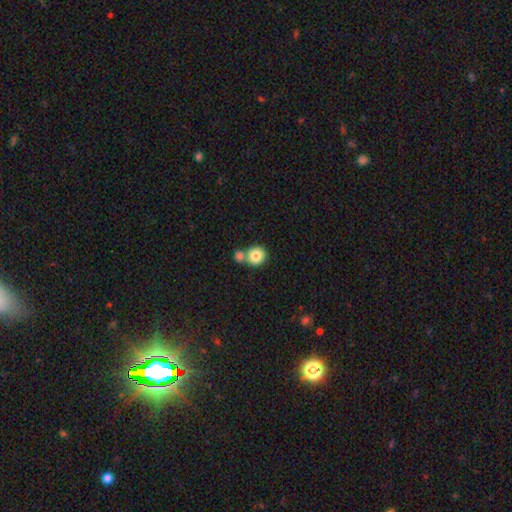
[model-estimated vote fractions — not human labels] A smooth galaxy with no disk features (83%) that is round (90%). Merging: none (52%).